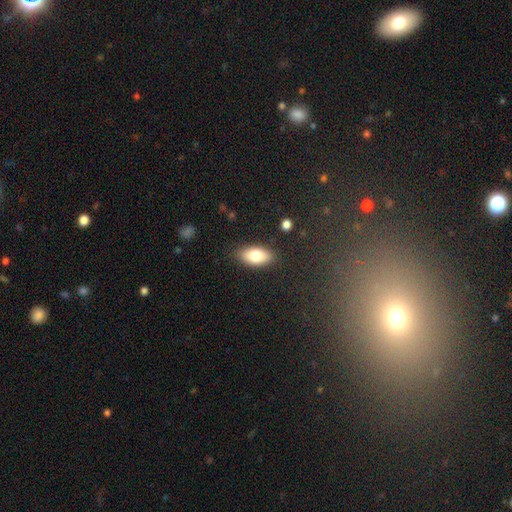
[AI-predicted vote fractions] Morphology: type=smooth (80%); roundness=in between (91%); merging=none (86%).